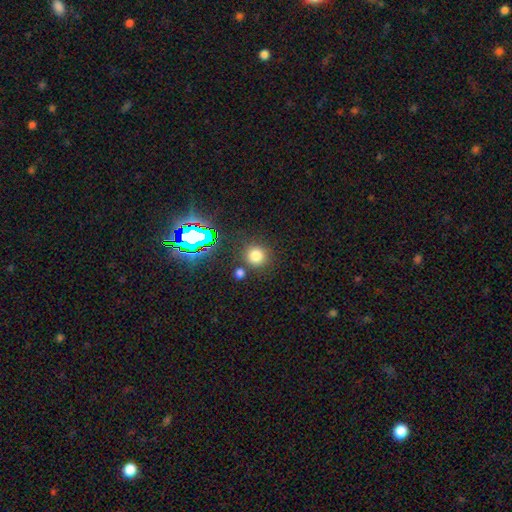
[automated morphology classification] Smooth or featured? smooth (73%)
How rounded? round (90%)
Merging? none (81%)